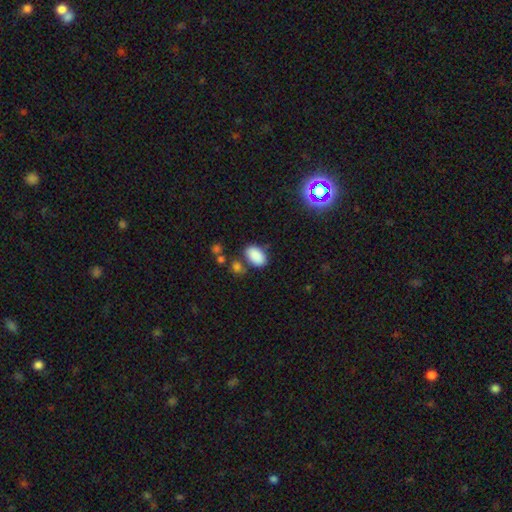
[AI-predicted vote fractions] This appears to be a smooth galaxy with no disk features (87%) that is in between round and cigar-shaped (92%). Merging: none (73%).